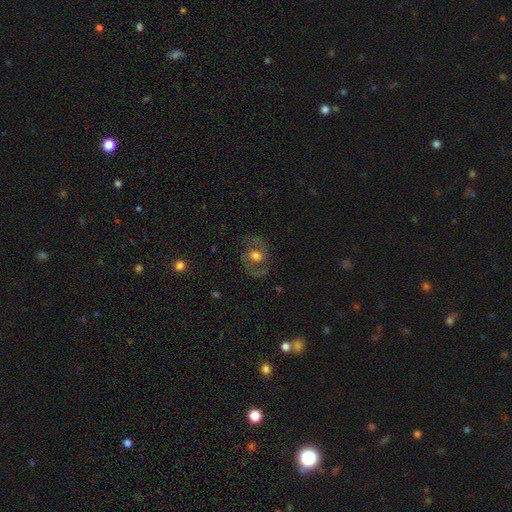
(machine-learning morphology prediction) Smooth or featured? Predicted: featured or disk (p=0.66). Edge-on disk? Predicted: no (p=0.96). Bar? Predicted: no (p=0.59). Spiral arms? Predicted: yes (p=0.73). Bulge size? Predicted: moderate (p=0.64). Merging? Predicted: none (p=0.73).